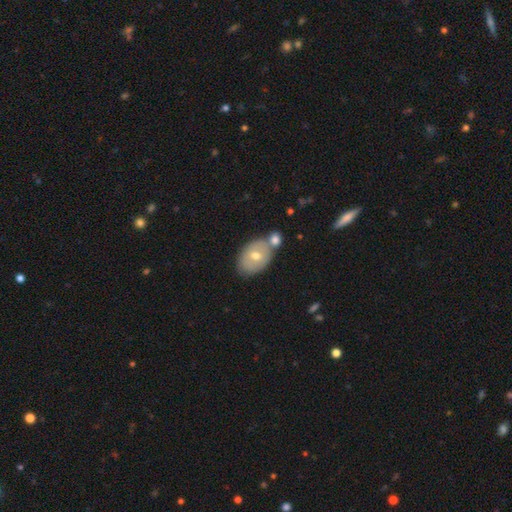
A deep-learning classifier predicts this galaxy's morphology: Q: Smooth or featured?
A: smooth (60%); runner-up: featured or disk (32%)
Q: How rounded?
A: in between (81%); runner-up: round (18%)
Q: Merging?
A: none (55%); runner-up: merger (28%)